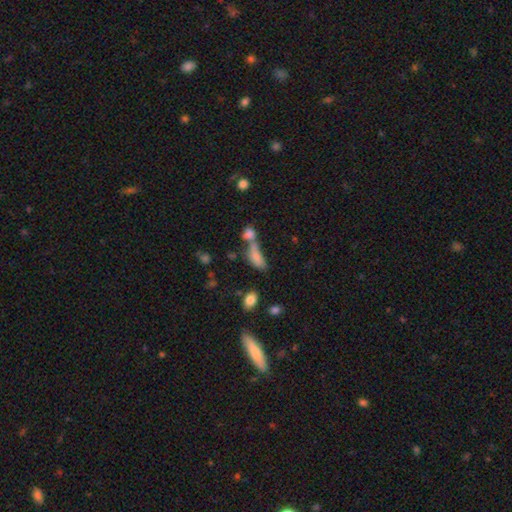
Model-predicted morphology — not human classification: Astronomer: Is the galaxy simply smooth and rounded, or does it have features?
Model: smooth — 77%.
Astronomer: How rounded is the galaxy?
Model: in between — 71%.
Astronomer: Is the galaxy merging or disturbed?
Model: merger — 53%.